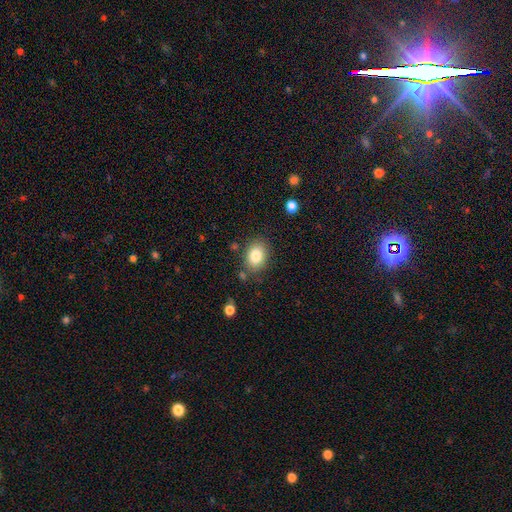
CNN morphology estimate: This appears to be a smooth galaxy with no disk features (83%) that is in between round and cigar-shaped (69%). Merging: none (80%).